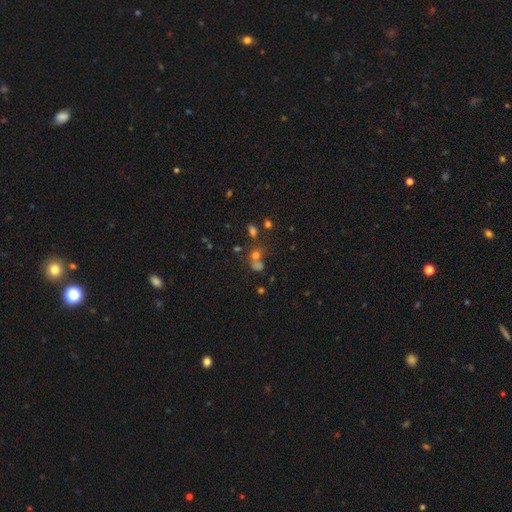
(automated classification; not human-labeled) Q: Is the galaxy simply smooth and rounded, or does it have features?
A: smooth — 54%.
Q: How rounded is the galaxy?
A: round — 71%.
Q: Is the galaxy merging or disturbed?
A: none — 46%.